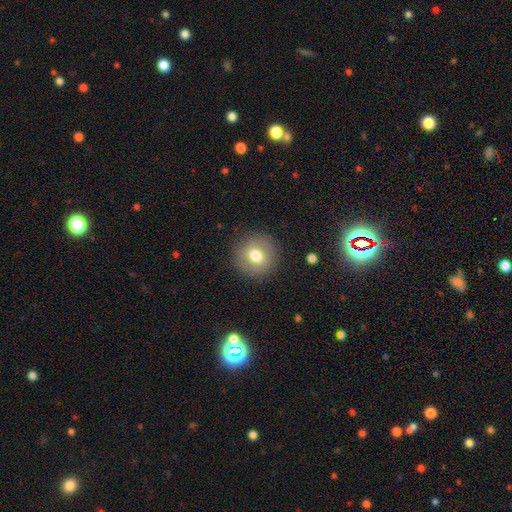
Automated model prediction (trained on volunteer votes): This appears to be a smooth galaxy with no disk features (72%) that is round (90%). Merging: none (88%).